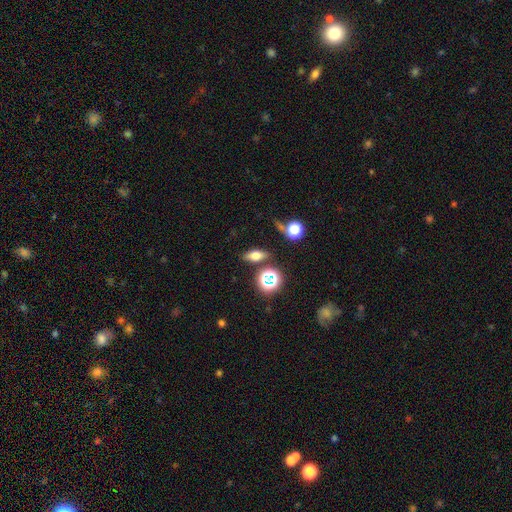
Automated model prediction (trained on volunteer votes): smooth_or_featured: smooth (p=0.58) [alt: featured or disk p=0.24]
how_rounded: in between (p=0.62) [alt: cigar-shaped p=0.24]
merging: none (p=0.79) [alt: minor disturbance p=0.11]